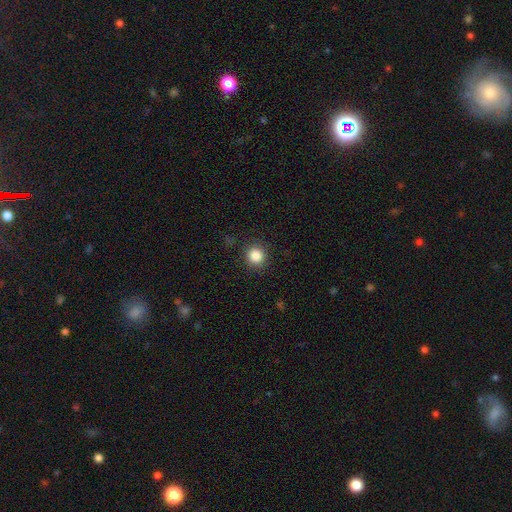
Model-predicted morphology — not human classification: smooth 85%, star or artifact 11%, featured or disk 4%. Down the decision tree: how rounded — round (92%); merging — none (90%).